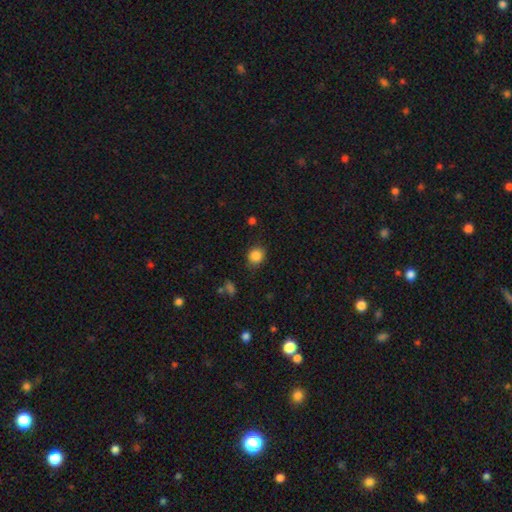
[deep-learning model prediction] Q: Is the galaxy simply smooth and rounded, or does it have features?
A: smooth — 86%.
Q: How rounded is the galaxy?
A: round — 72%.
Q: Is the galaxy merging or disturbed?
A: none — 79%.